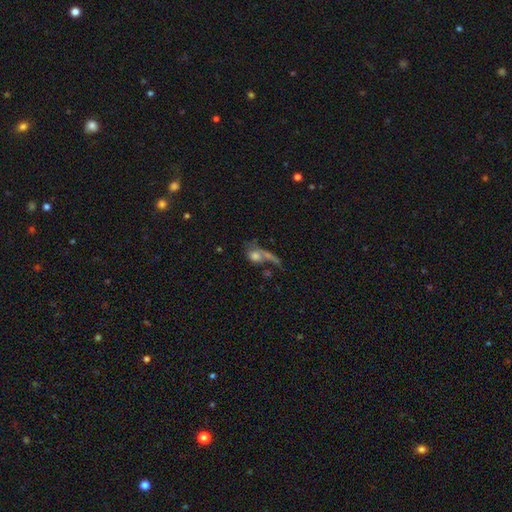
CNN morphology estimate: Smooth or featured? smooth (60%)
How rounded? in between (52%)
Merging? merger (40%)